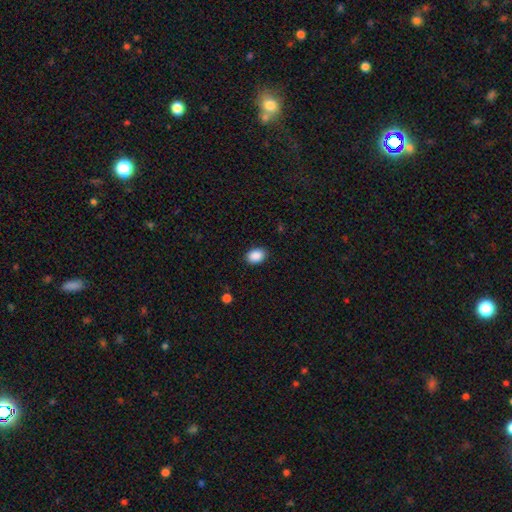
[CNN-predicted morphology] A smooth galaxy with no disk features (89%) that is in between round and cigar-shaped (76%).

Vote fractions:
- Smooth or featured? smooth: 89% / star or artifact: 8% / featured or disk: 3%
- How rounded? in between: 76% / round: 23% / cigar-shaped: 1%
- Merging? none: 88% / minor disturbance: 9% / major disturbance: 2% / merger: 1%